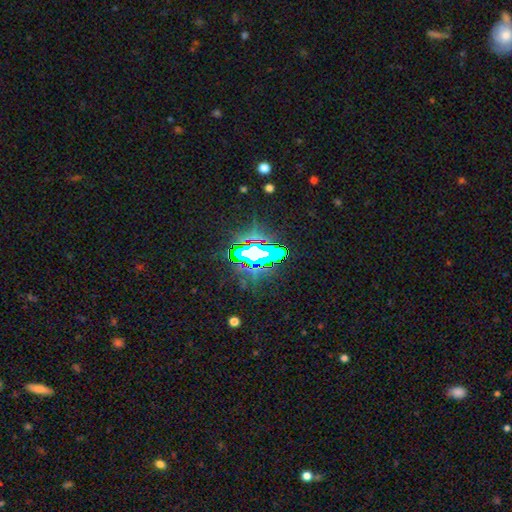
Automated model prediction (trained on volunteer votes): The model was most divided on "smooth or featured": star or artifact: 71%, featured or disk: 14%, smooth: 14%.